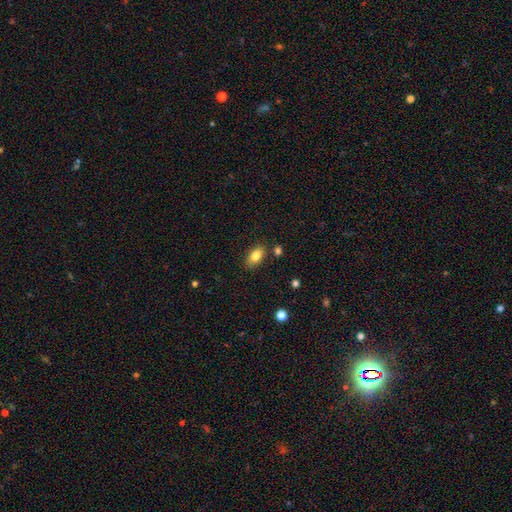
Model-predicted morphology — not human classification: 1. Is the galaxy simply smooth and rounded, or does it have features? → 82% smooth, 10% featured or disk, 8% star or artifact.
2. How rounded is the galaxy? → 90% in between, 7% round, 3% cigar-shaped.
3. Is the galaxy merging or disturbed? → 82% none, 11% minor disturbance, 4% merger, 2% major disturbance.